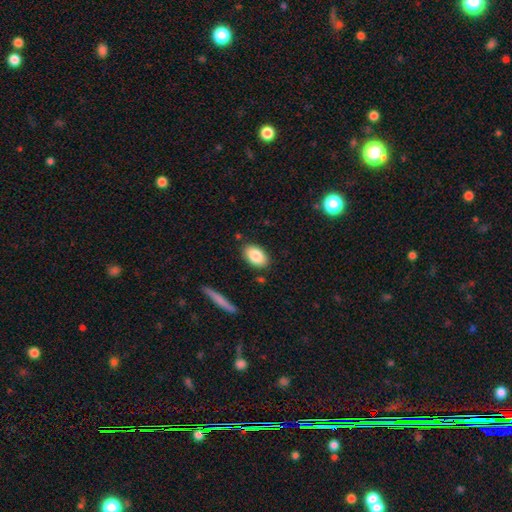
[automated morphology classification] Smooth or featured?
  - smooth: 85% *
  - featured or disk: 8%
  - star or artifact: 7%
How rounded?
  - in between: 90% *
  - round: 9%
  - cigar-shaped: 2%
Merging?
  - none: 85% *
  - minor disturbance: 10%
  - merger: 3%
  - major disturbance: 2%